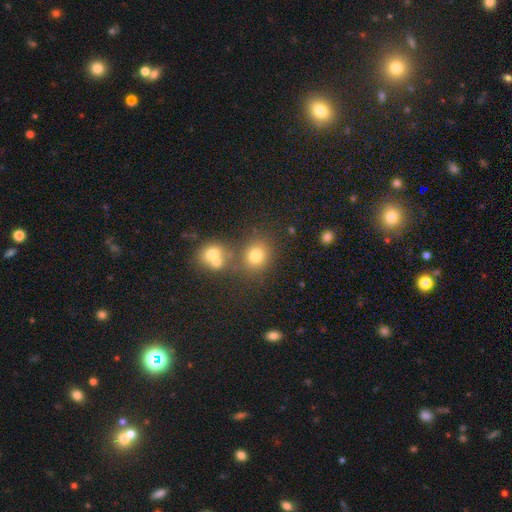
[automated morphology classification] Smooth or featured? smooth (76%)
How rounded? round (79%)
Merging? none (66%)